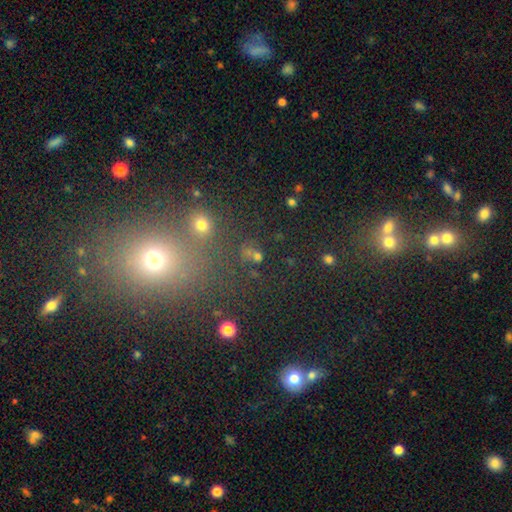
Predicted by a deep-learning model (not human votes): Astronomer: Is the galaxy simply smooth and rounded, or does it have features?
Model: smooth — 50% (runner-up: star or artifact, 39%).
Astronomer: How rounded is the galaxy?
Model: round — 71%.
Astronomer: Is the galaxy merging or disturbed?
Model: none — 71%.